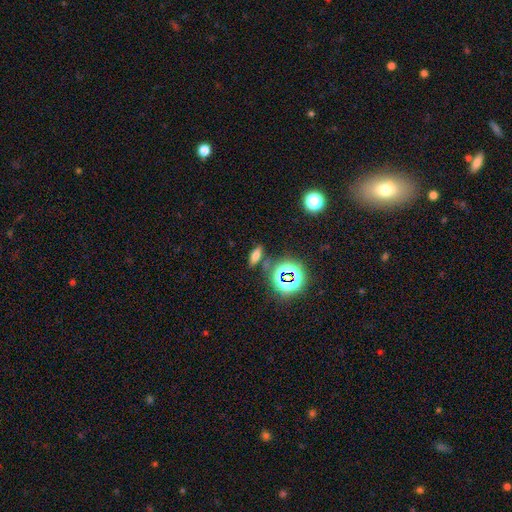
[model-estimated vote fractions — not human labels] A smooth galaxy with no disk features (58%) that is in between round and cigar-shaped (60%). Merging: none (80%).